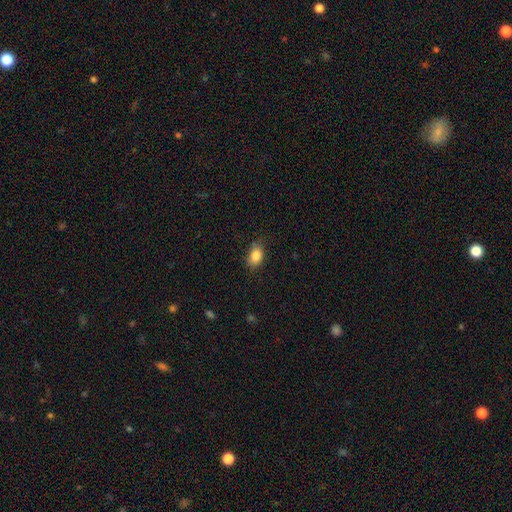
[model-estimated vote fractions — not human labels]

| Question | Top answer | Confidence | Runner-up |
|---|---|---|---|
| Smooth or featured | smooth | 85% | star or artifact (9%) |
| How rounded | in between | 81% | round (17%) |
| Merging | none | 75% | minor disturbance (20%) |